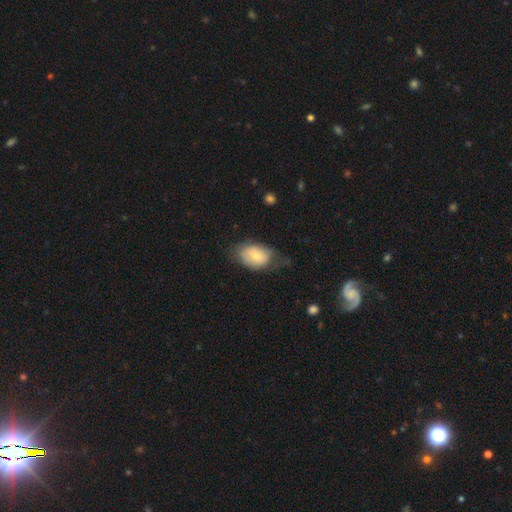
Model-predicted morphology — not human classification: The model was most divided on "merging": none: 41%, minor disturbance: 36%, major disturbance: 21%, merger: 2%. More confident: how rounded — in between (85%); smooth or featured — smooth (73%).